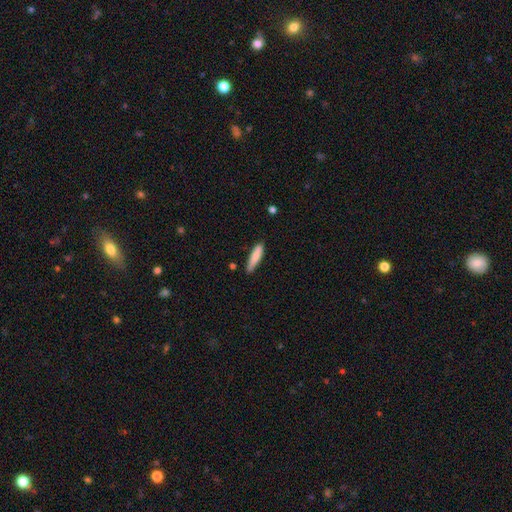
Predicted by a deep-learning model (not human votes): smooth_or_featured: smooth (p=0.83) [alt: featured or disk p=0.11]
how_rounded: cigar-shaped (p=0.81) [alt: in between p=0.17]
merging: none (p=0.76) [alt: minor disturbance p=0.18]